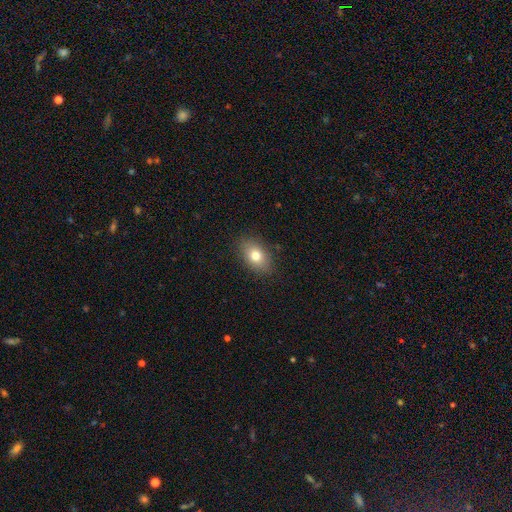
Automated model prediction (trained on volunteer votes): This is likely a smooth galaxy (77%). How rounded: clearly in between (84%). Merging: clearly none (87%).